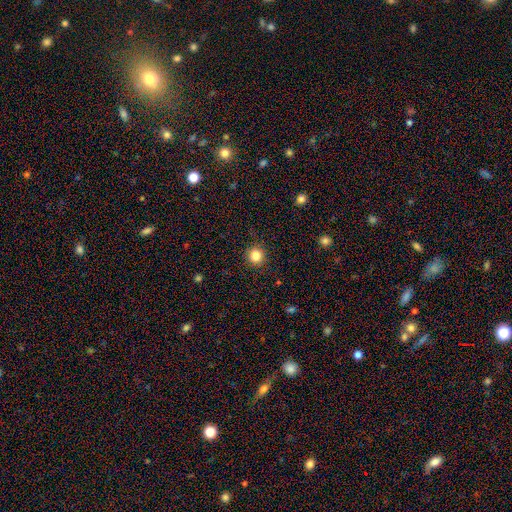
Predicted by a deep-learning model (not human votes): Overall: smooth (84%). How rounded: round (94%). Merging: none (91%).